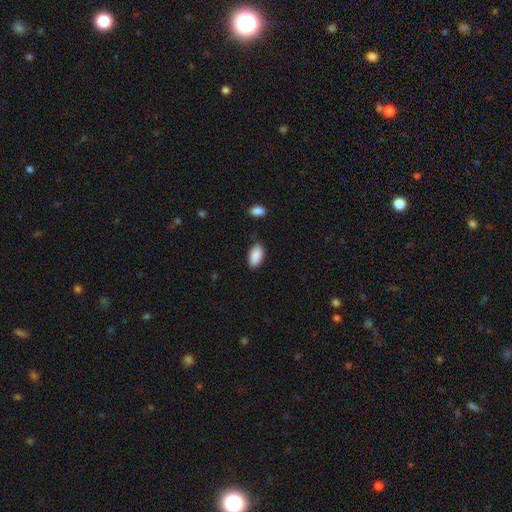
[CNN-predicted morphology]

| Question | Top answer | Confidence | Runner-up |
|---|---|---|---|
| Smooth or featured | smooth | 90% | star or artifact (6%) |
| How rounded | in between | 94% | cigar-shaped (3%) |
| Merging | none | 83% | minor disturbance (12%) |